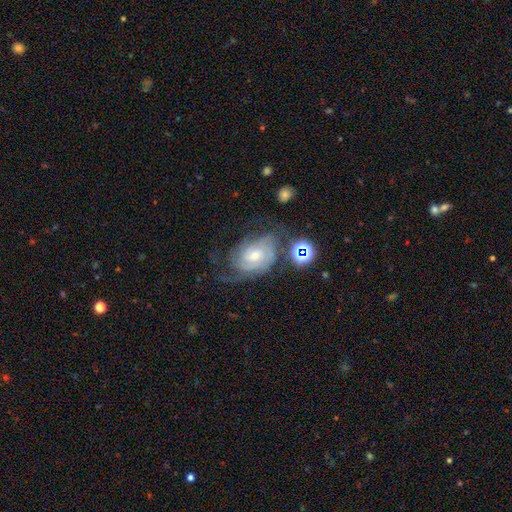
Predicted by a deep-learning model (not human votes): This is likely a featured or disk galaxy (78%). It is clearly not viewed edge-on (96%). Bar: likely no (64%). Spiral arm pattern: clearly yes (93%). Spiral arm count: marginally can't tell (35%). Spiral winding: possibly tight (57%). Central bulge: possibly moderate (50%). Merging: possibly none (52%).